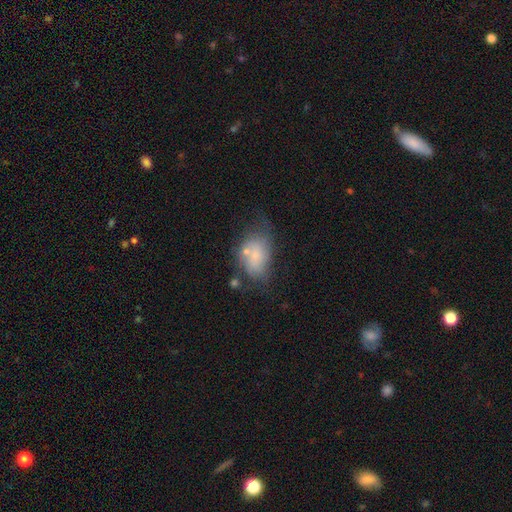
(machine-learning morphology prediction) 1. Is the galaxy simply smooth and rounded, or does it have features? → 59% smooth, 30% featured or disk, 11% star or artifact.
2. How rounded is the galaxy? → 85% in between, 14% round, 2% cigar-shaped.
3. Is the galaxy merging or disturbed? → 33% none, 29% minor disturbance, 21% major disturbance, 17% merger.